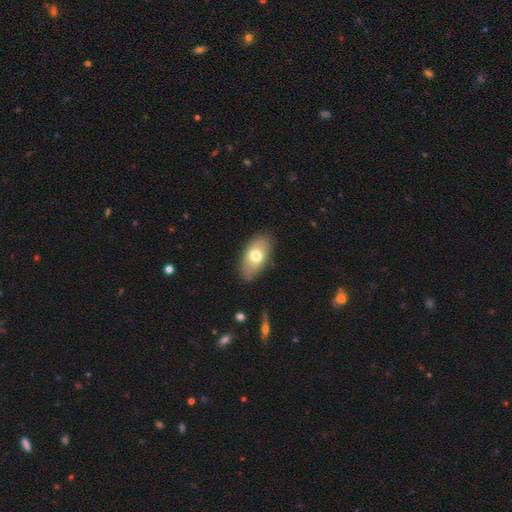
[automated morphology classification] Smooth or featured: smooth — 69% (featured or disk — 25%)
How rounded: in between — 92% (round — 4%)
Merging: none — 82% (minor disturbance — 14%)